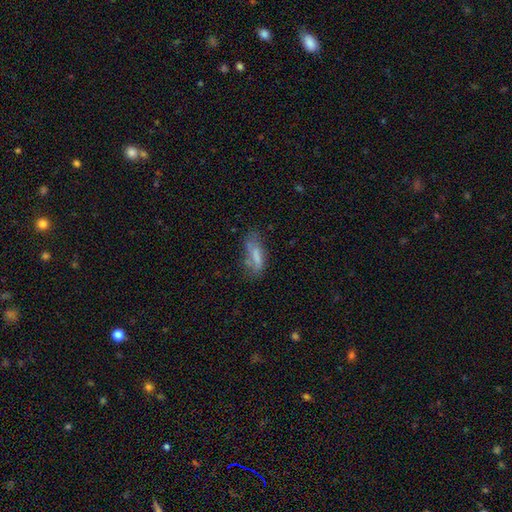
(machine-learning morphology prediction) This is likely a smooth galaxy (62%). How rounded: likely in between (61%). Merging: possibly none (46%).